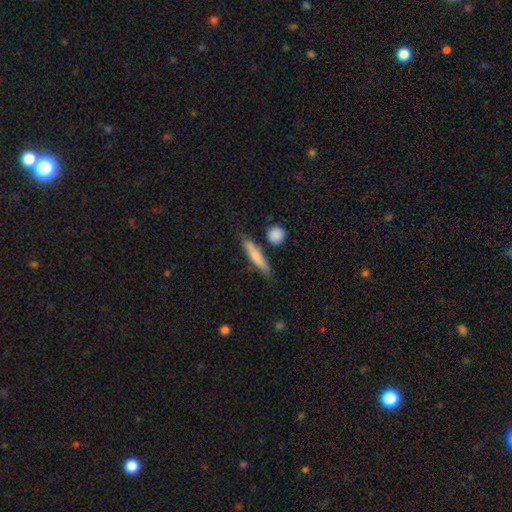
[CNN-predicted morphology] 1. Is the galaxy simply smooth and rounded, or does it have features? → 65% smooth, 29% featured or disk, 6% star or artifact.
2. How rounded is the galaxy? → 82% cigar-shaped, 14% in between, 4% round.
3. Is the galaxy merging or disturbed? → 75% none, 15% minor disturbance, 7% merger, 4% major disturbance.